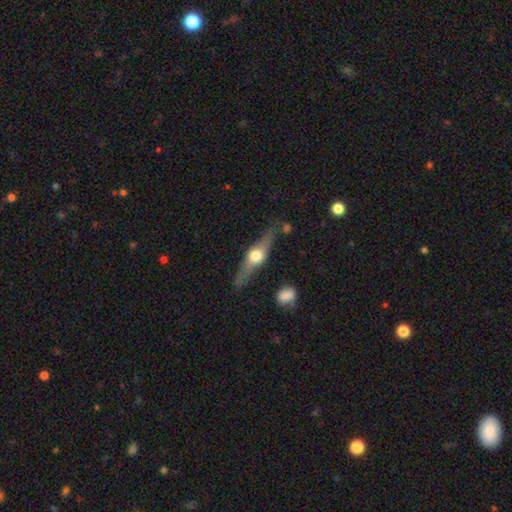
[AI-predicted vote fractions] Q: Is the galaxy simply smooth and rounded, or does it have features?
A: featured or disk — 71%.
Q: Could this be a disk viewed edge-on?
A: yes — 95%.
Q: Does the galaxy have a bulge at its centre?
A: rounded — 96%.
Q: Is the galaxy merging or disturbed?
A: none — 81%.